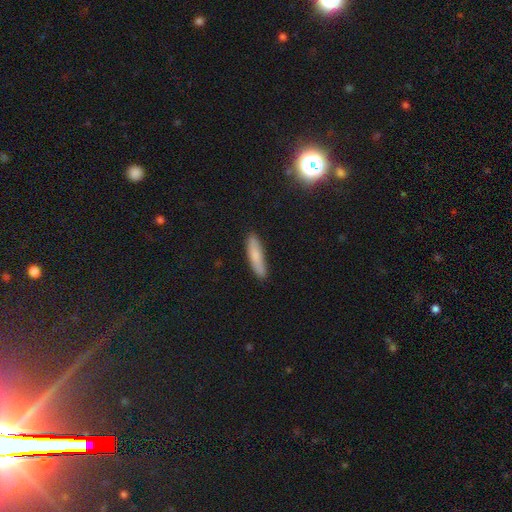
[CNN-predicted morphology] Q: Smooth or featured?
A: smooth (78%); runner-up: featured or disk (15%)
Q: How rounded?
A: cigar-shaped (81%); runner-up: in between (18%)
Q: Merging?
A: none (87%); runner-up: minor disturbance (10%)